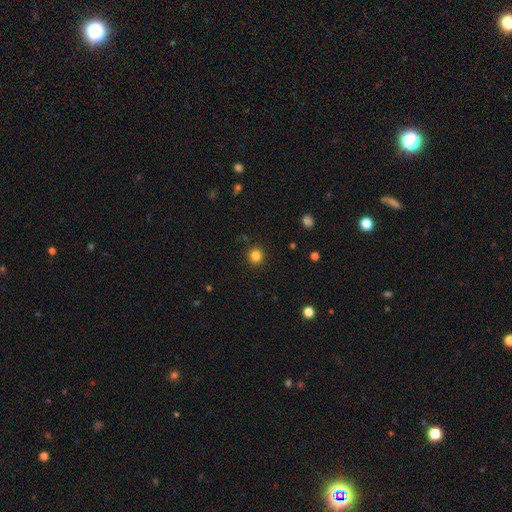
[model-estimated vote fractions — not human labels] A smooth galaxy with no disk features (83%) that is round (94%). Merging: none (91%).